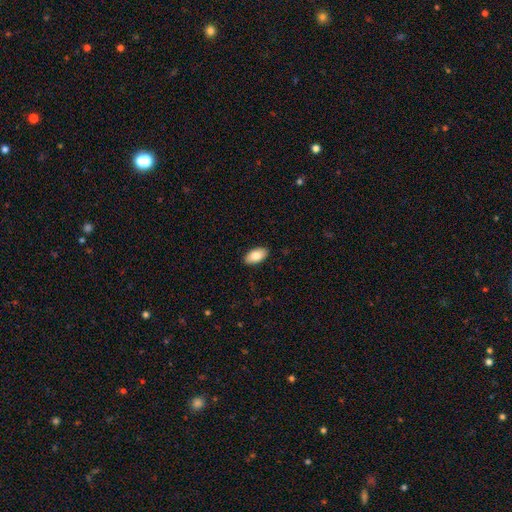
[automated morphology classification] A smooth galaxy with no disk features (84%) that is in between round and cigar-shaped (95%).

Vote fractions:
- Smooth or featured? smooth: 84% / featured or disk: 10% / star or artifact: 6%
- How rounded? in between: 95% / round: 3% / cigar-shaped: 3%
- Merging? none: 89% / minor disturbance: 8% / major disturbance: 2% / merger: 1%